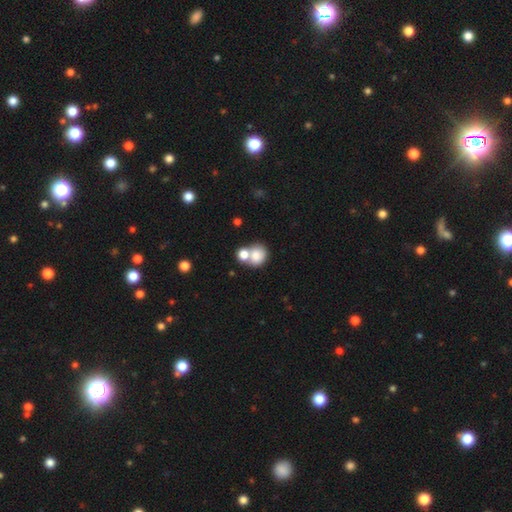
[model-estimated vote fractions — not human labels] smooth-or-featured: smooth: 78% | featured or disk: 12% | star or artifact: 9%
  how-rounded: round: 67% | in between: 32% | cigar-shaped: 1%
  merging: merger: 50% | none: 37% | minor disturbance: 9% | major disturbance: 4%